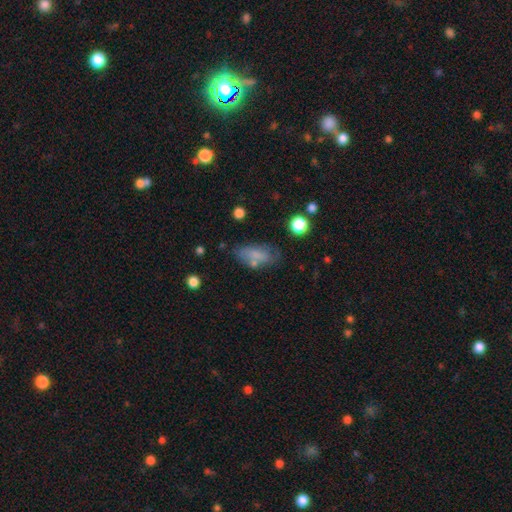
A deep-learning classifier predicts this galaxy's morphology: type=smooth (74%); roundness=in between (80%); merging=none (61%).